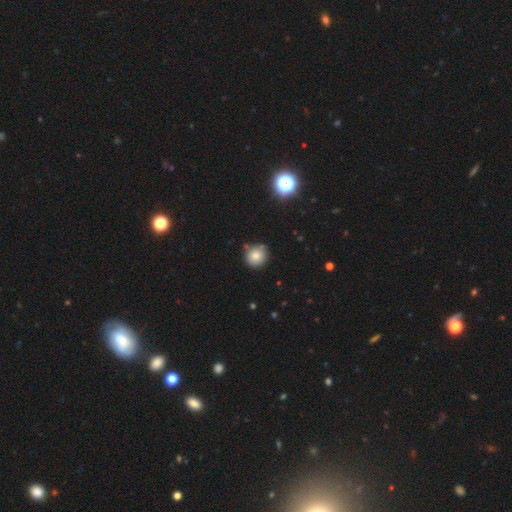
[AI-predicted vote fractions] The model was most divided on "merging": none: 79%, minor disturbance: 15%, merger: 4%, major disturbance: 3%. More confident: how rounded — round (87%); smooth or featured — smooth (81%).